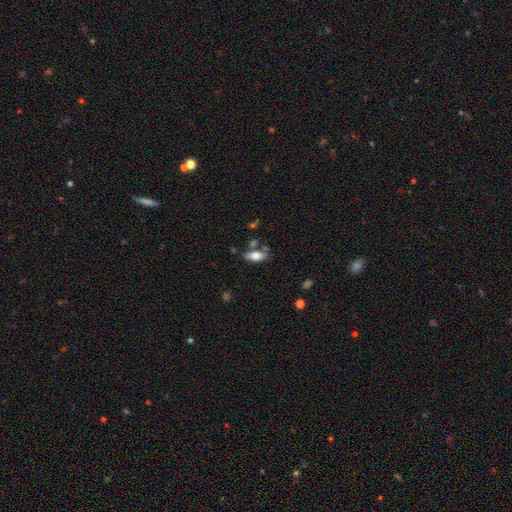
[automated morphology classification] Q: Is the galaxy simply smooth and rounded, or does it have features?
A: smooth — 72%.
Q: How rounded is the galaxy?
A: in between — 81%.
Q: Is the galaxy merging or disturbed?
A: none — 66%.